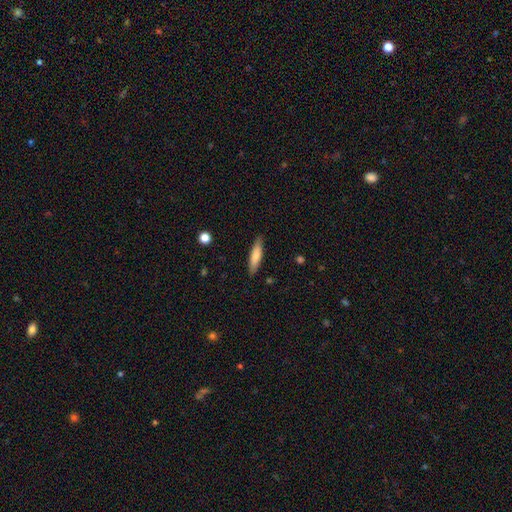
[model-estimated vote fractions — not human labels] smooth_or_featured: smooth (p=0.76) [alt: featured or disk p=0.18]
how_rounded: cigar-shaped (p=0.75) [alt: in between p=0.23]
merging: none (p=0.87) [alt: minor disturbance p=0.10]